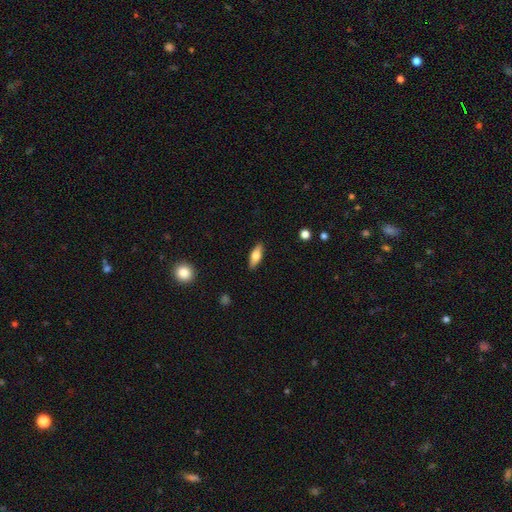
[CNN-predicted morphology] This appears to be a smooth galaxy with no disk features (66%) that is in between round and cigar-shaped (60%). Merging: none (89%).